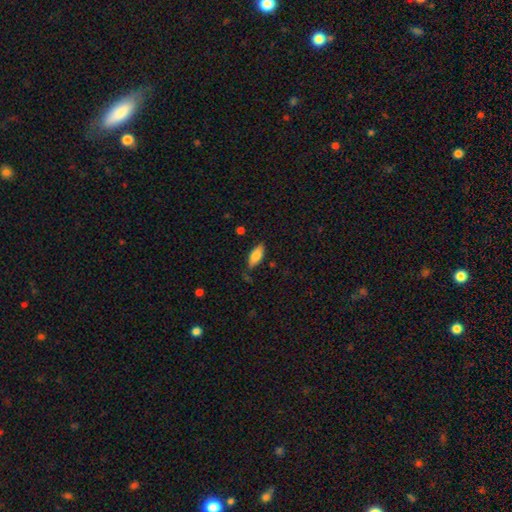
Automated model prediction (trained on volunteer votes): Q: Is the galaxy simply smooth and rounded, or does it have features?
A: smooth — 80%.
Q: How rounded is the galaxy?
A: in between — 81%.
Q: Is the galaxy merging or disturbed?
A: none — 75%.